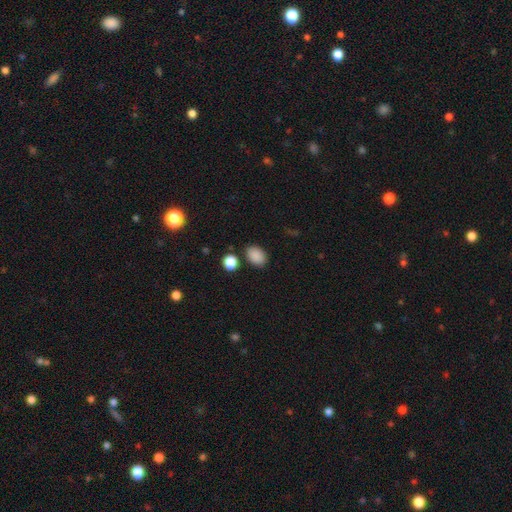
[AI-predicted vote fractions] Smooth or featured? smooth (87%)
How rounded? in between (76%)
Merging? none (82%)